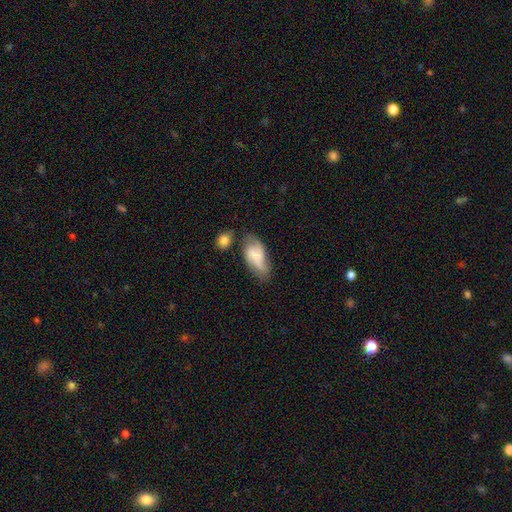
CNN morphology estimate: Overall: smooth (60%; featured or disk 33%). How rounded: in between (88%). Merging: none (45%; minor disturbance 30%).